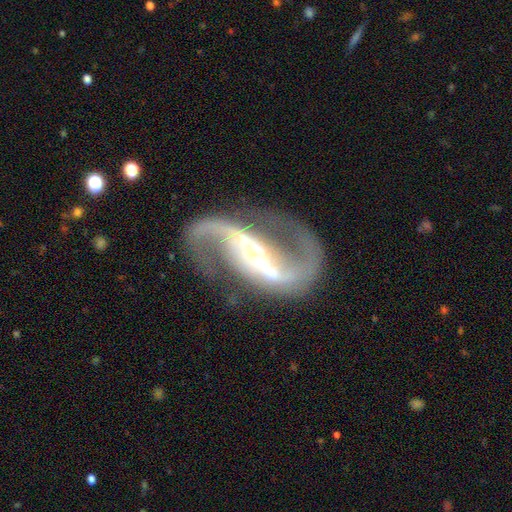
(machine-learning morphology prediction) Smooth or featured: featured or disk — 92% (star or artifact — 5%)
Edge-on disk: no — 97% (yes — 3%)
Bar: strong — 53% (weak — 28%)
Spiral arms: yes — 98% (no — 2%)
Spiral winding: loose — 57% (medium — 36%)
Spiral arm count: 2 — 94% (1 — 2%)
Bulge size: small — 72% (moderate — 22%)
Merging: none — 74% (minor disturbance — 12%)